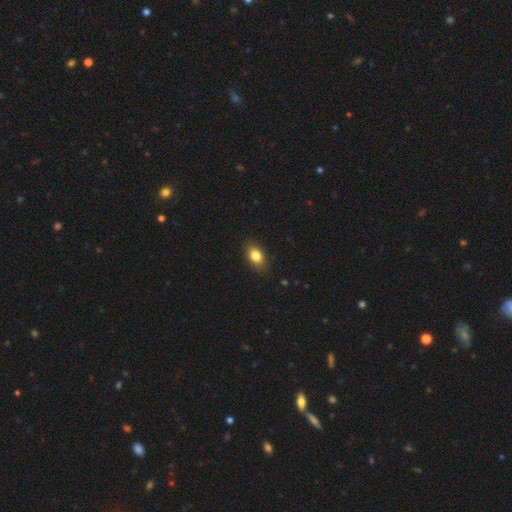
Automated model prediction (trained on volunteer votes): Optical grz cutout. It shows a smooth galaxy with no disk features (83%) that is in between round and cigar-shaped (83%). Merging: none (87%).